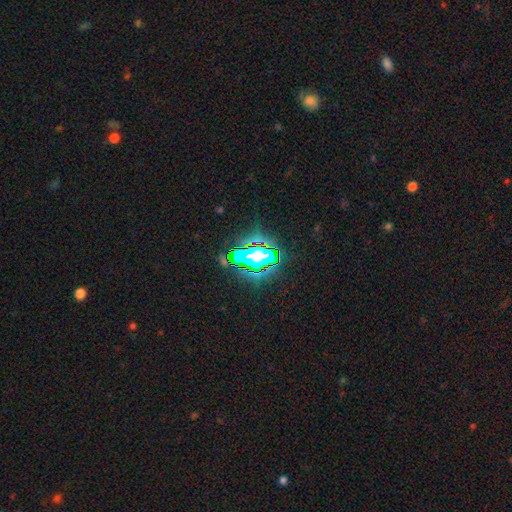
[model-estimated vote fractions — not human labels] smooth_or_featured: star or artifact (p=0.59) [alt: smooth p=0.25]